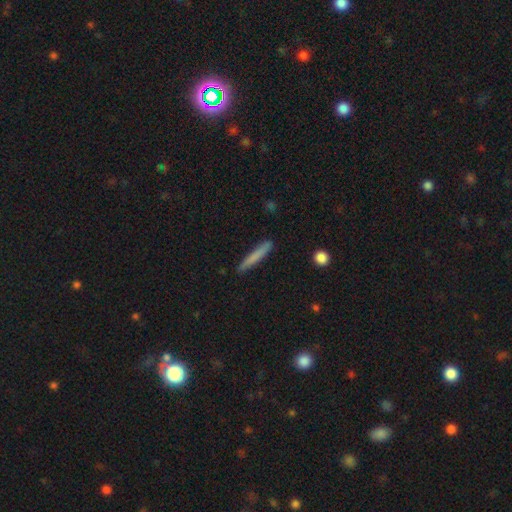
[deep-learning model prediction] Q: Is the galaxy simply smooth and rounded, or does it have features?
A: smooth — 73%.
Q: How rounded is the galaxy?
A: cigar-shaped — 95%.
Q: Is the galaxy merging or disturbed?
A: none — 87%.